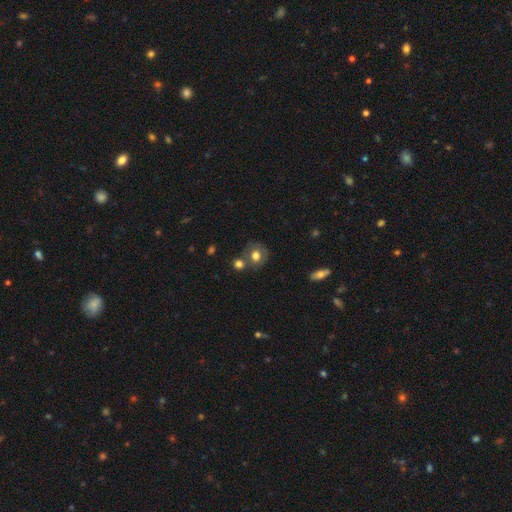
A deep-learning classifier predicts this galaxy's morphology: Smooth or featured: smooth — 67% (featured or disk — 23%)
How rounded: round — 78% (in between — 21%)
Merging: none — 59% (merger — 20%)